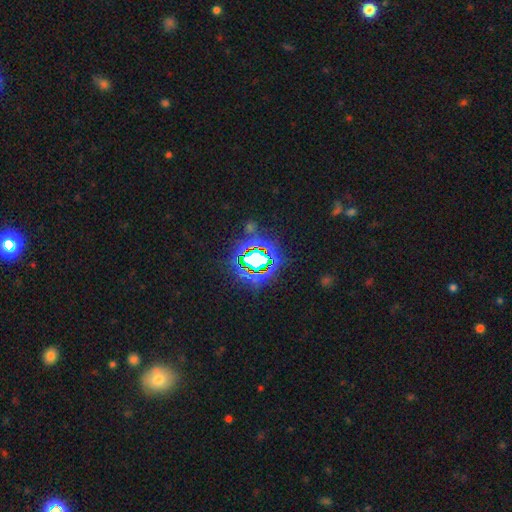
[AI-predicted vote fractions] star or artifact 75%, smooth 15%, featured or disk 11%.